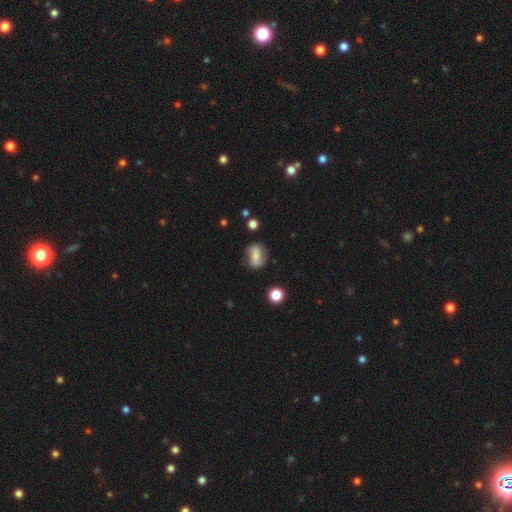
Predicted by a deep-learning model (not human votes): smooth_or_featured: smooth (p=0.48) [alt: featured or disk p=0.42]
merging: none (p=0.71) [alt: minor disturbance p=0.20]